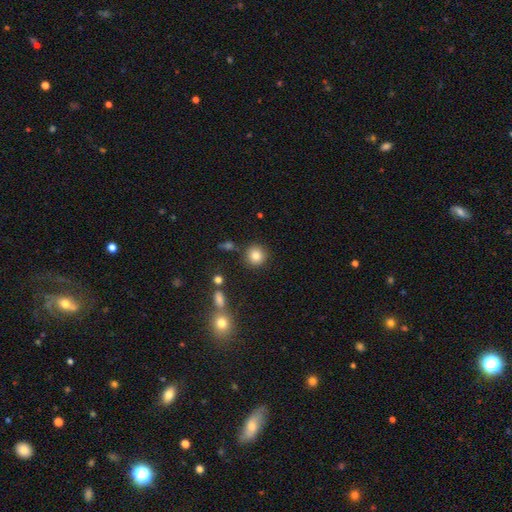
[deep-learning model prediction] Smooth or featured? smooth (83%)
How rounded? round (90%)
Merging? none (85%)